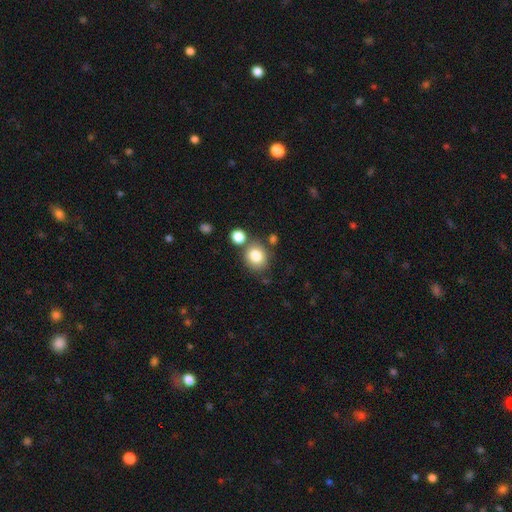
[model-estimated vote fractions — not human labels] Smooth or featured: smooth — 82% (star or artifact — 10%)
How rounded: round — 76% (in between — 23%)
Merging: none — 68% (merger — 16%)